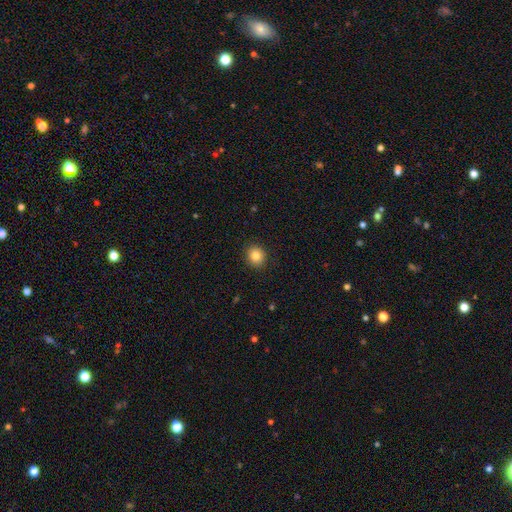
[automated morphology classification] Smooth or featured? smooth (84%)
How rounded? round (76%)
Merging? none (91%)